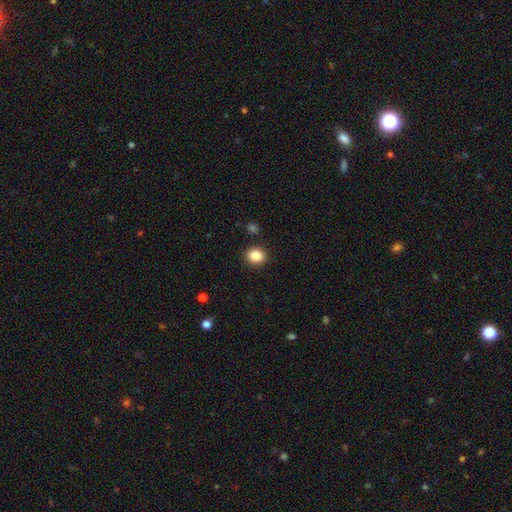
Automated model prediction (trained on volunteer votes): Smooth or featured? Predicted: smooth (p=0.86). How rounded? Predicted: round (p=0.73). Merging? Predicted: none (p=0.90).